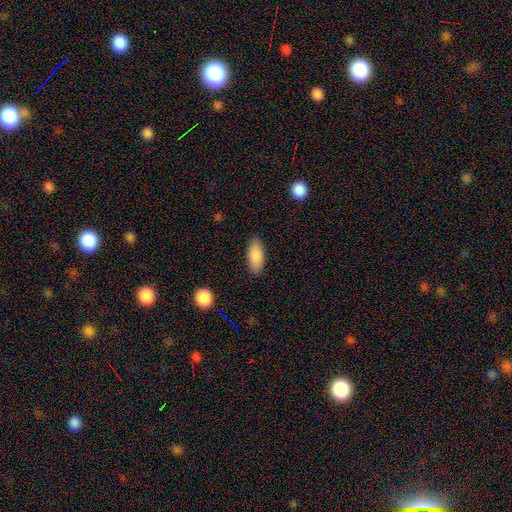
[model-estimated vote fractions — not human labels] smooth-or-featured: smooth: 88% | star or artifact: 6% | featured or disk: 6%
  how-rounded: in between: 85% | cigar-shaped: 13% | round: 2%
  merging: none: 87% | minor disturbance: 10% | major disturbance: 2% | merger: 1%